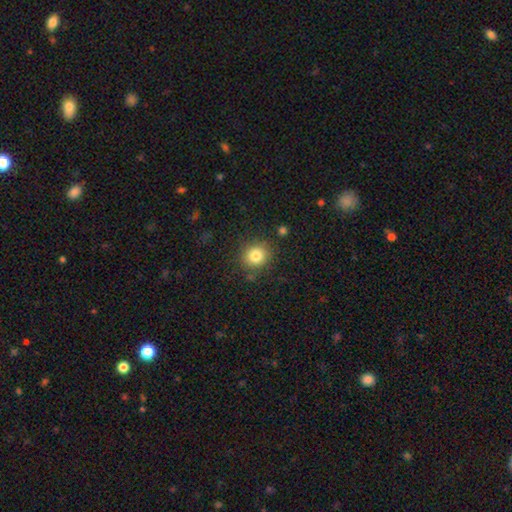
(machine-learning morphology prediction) type=smooth (82%); roundness=round (87%); merging=none (85%).